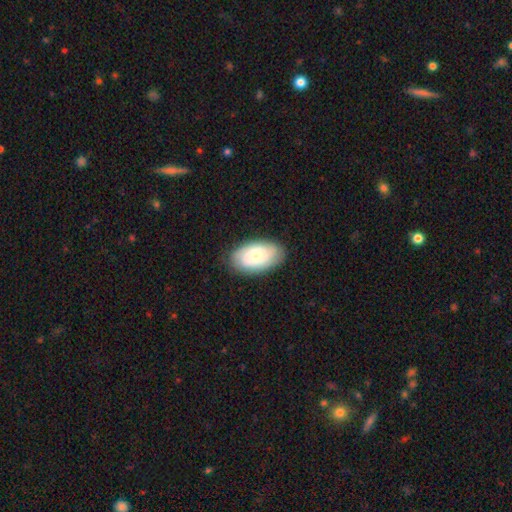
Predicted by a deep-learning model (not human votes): Smooth or featured? Predicted: smooth (p=0.53). How rounded? Predicted: in between (p=0.93). Merging? Predicted: none (p=0.83).